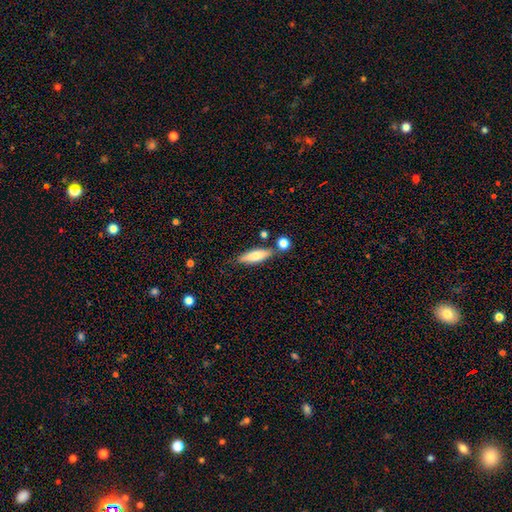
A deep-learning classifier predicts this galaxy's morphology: smooth_or_featured: smooth (p=0.67) [alt: featured or disk p=0.27]
how_rounded: cigar-shaped (p=0.57) [alt: in between p=0.40]
merging: none (p=0.75) [alt: minor disturbance p=0.13]